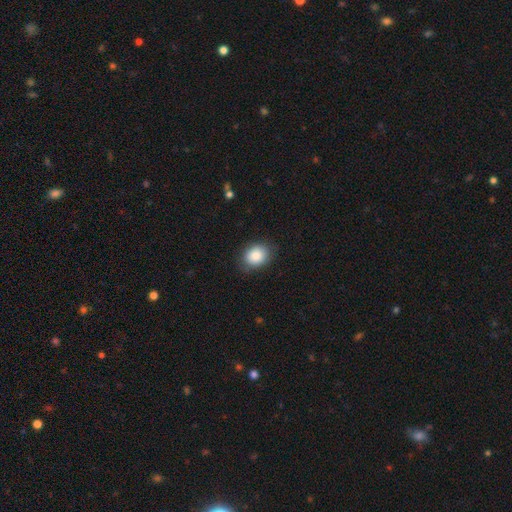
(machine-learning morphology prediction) smooth_or_featured: smooth (p=0.87) [alt: star or artifact p=0.08]
how_rounded: in between (p=0.56) [alt: round p=0.43]
merging: none (p=0.82) [alt: minor disturbance p=0.14]